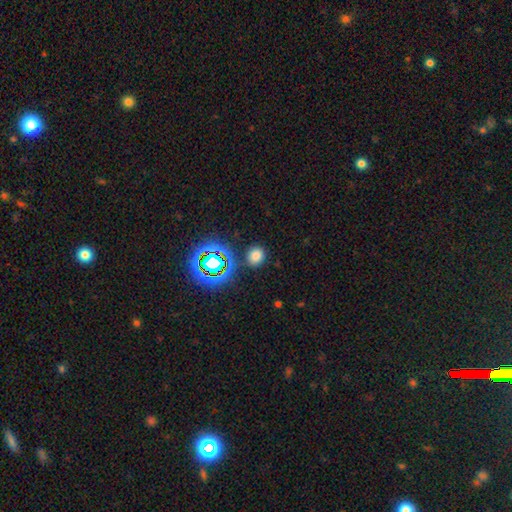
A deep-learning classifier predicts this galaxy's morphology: smooth_or_featured: smooth (p=0.71) [alt: star or artifact p=0.23]
how_rounded: round (p=0.75) [alt: in between p=0.24]
merging: none (p=0.85) [alt: minor disturbance p=0.09]